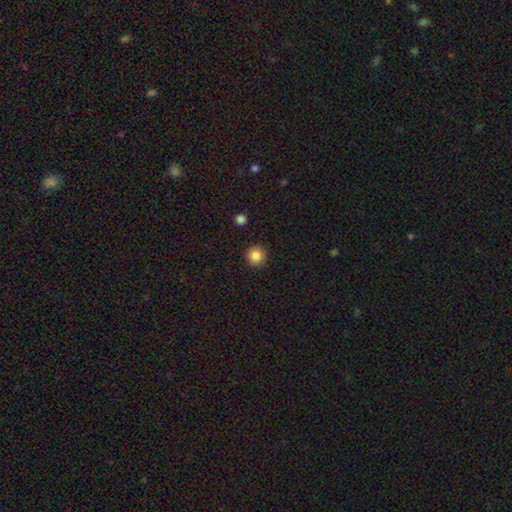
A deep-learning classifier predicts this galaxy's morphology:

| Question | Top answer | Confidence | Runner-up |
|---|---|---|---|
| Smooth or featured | smooth | 85% | star or artifact (10%) |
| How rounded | round | 95% | in between (4%) |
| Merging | none | 92% | minor disturbance (5%) |